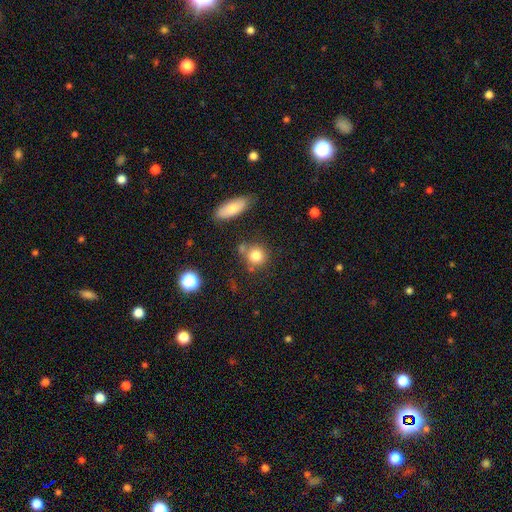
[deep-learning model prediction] Smooth or featured? Predicted: smooth (p=0.81). How rounded? Predicted: round (p=0.84). Merging? Predicted: none (p=0.69).